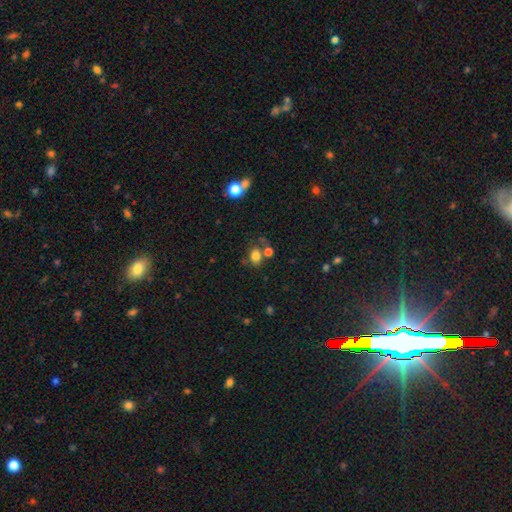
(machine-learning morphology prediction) This appears to be a smooth galaxy with no disk features (77%) that is in between round and cigar-shaped (52%). Merging: none (58%).